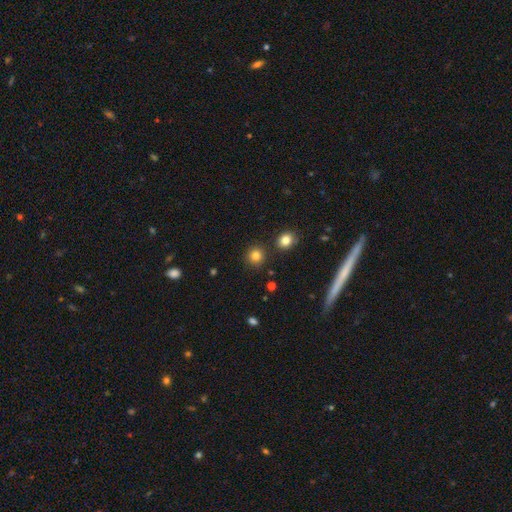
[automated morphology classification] smooth 82%, star or artifact 12%, featured or disk 6%. Down the decision tree: how rounded — round (90%); merging — none (86%).